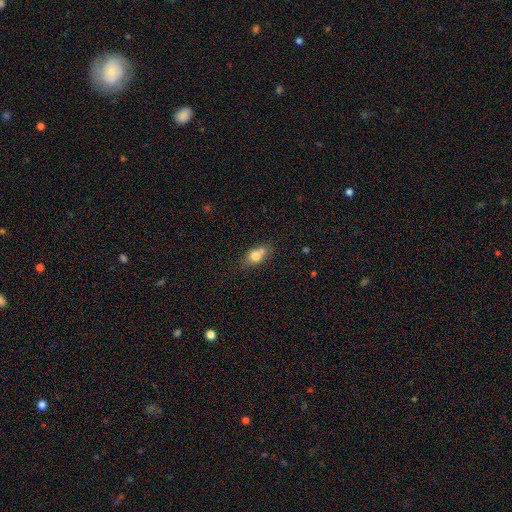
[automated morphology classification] Smooth or featured?
  - smooth: 73% *
  - featured or disk: 18%
  - star or artifact: 10%
How rounded?
  - in between: 66% *
  - round: 29%
  - cigar-shaped: 5%
Merging?
  - none: 48% *
  - merger: 28%
  - minor disturbance: 18%
  - major disturbance: 6%